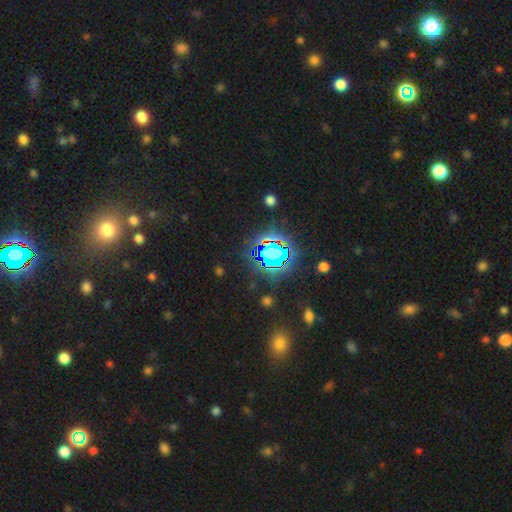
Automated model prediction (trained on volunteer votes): Morphology: type=star or artifact (80%).